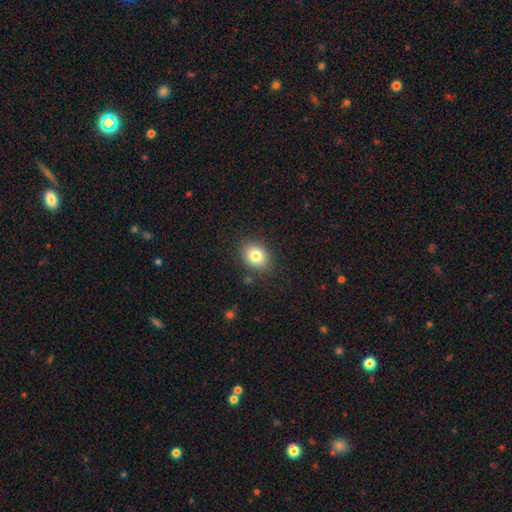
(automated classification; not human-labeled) This appears to be a smooth galaxy with no disk features (81%) that is in between round and cigar-shaped (58%). Merging: none (85%).